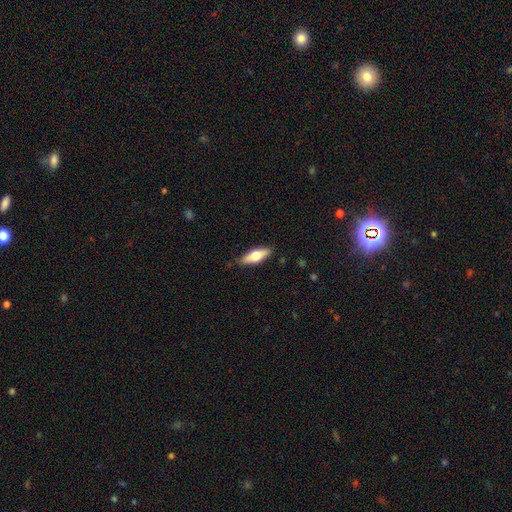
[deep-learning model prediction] Smooth or featured?
  - smooth: 56% *
  - featured or disk: 38%
  - star or artifact: 6%
How rounded?
  - in between: 56% *
  - cigar-shaped: 41%
  - round: 3%
Merging?
  - none: 85% *
  - minor disturbance: 11%
  - major disturbance: 2%
  - merger: 1%